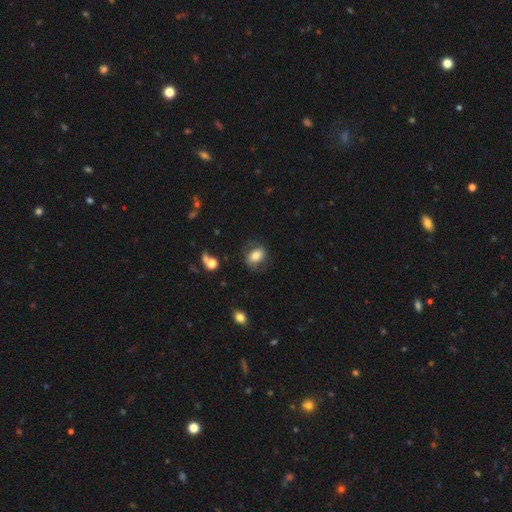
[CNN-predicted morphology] The model was most divided on "smooth or featured": smooth: 61%, featured or disk: 30%, star or artifact: 8%. More confident: how rounded — in between (70%); merging — none (68%).